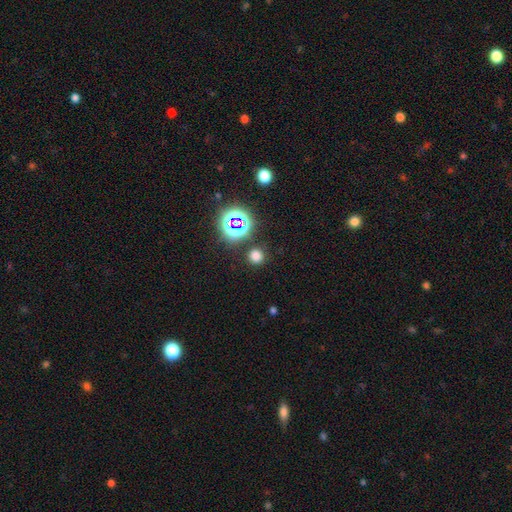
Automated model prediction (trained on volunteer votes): This appears to be a smooth galaxy with no disk features (69%) that is round (91%). Merging: none (87%).